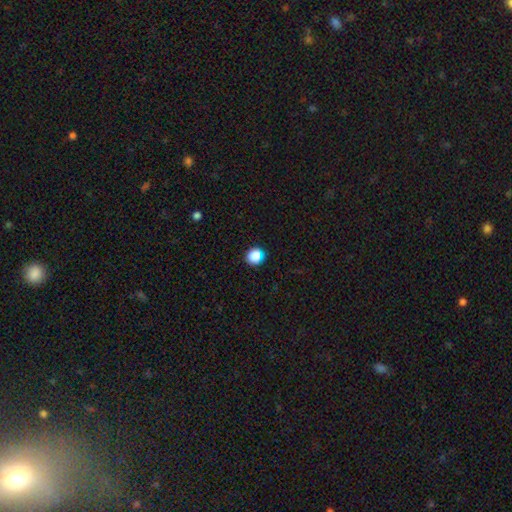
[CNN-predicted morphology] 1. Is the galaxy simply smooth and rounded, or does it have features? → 85% smooth, 12% star or artifact, 3% featured or disk.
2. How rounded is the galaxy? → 84% round, 15% in between, 1% cigar-shaped.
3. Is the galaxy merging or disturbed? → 86% none, 9% minor disturbance, 2% merger, 2% major disturbance.